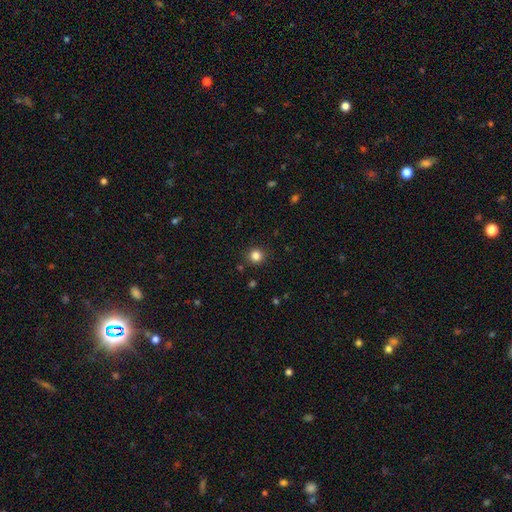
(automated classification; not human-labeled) Morphology: type=smooth (83%); roundness=round (94%); merging=none (91%).